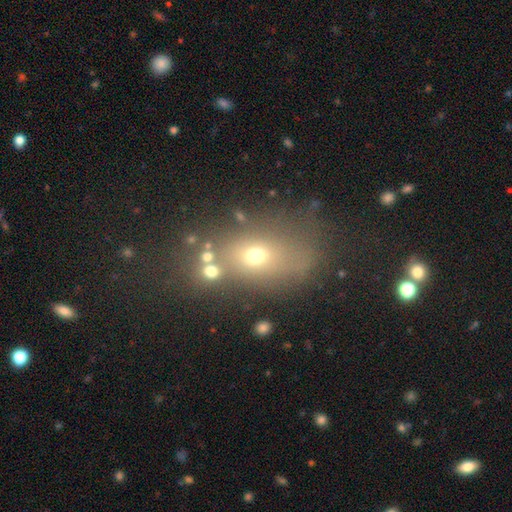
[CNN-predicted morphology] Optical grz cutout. It shows a smooth galaxy with no disk features (59%) that is in between round and cigar-shaped (62%). Merging: none (56%).